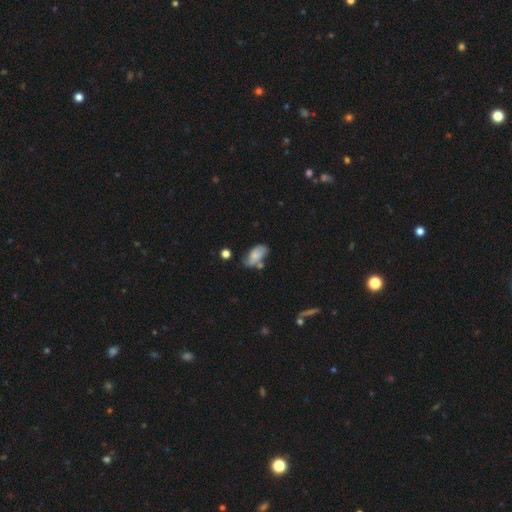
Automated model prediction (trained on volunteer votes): This appears to be a smooth galaxy with no disk features (55%) that is in between round and cigar-shaped (92%). Merging: none (48%).